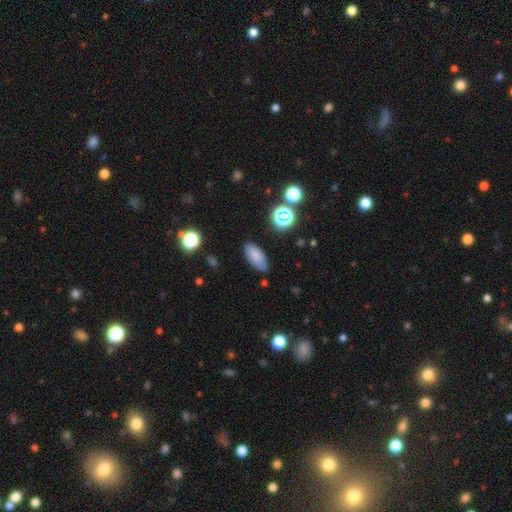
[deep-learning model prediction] Smooth or featured? Predicted: smooth (p=0.81). How rounded? Predicted: in between (p=0.88). Merging? Predicted: none (p=0.82).